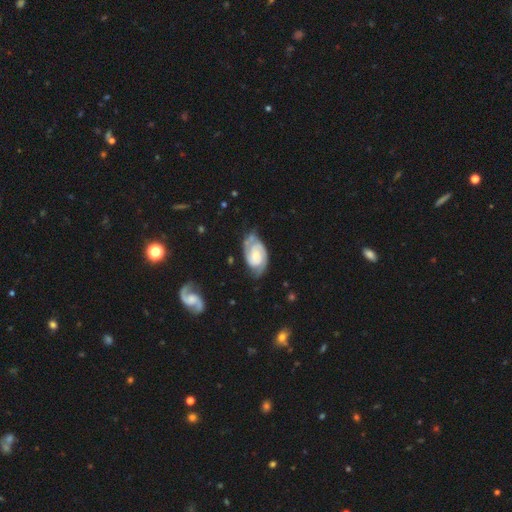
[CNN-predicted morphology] Q: Smooth or featured?
A: featured or disk (81%); runner-up: smooth (14%)
Q: Edge-on disk?
A: no (96%); runner-up: yes (4%)
Q: Bar?
A: no (58%); runner-up: weak (34%)
Q: Spiral arms?
A: yes (96%); runner-up: no (4%)
Q: Spiral winding?
A: tight (53%); runner-up: medium (38%)
Q: Spiral arm count?
A: 2 (81%); runner-up: can't tell (9%)
Q: Bulge size?
A: small (48%); runner-up: moderate (35%)
Q: Merging?
A: none (64%); runner-up: minor disturbance (24%)